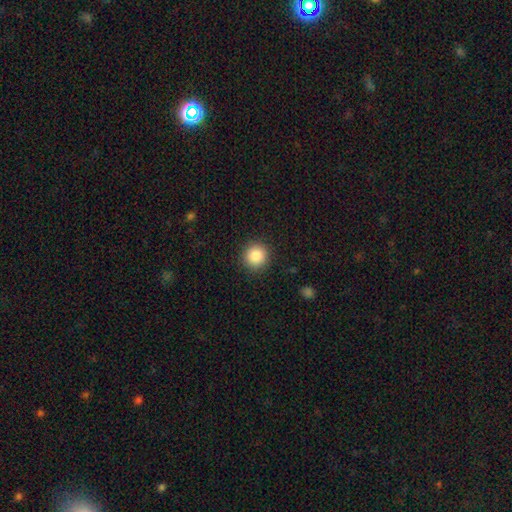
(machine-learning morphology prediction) A smooth galaxy with no disk features (86%) that is round (94%). Merging: none (91%).